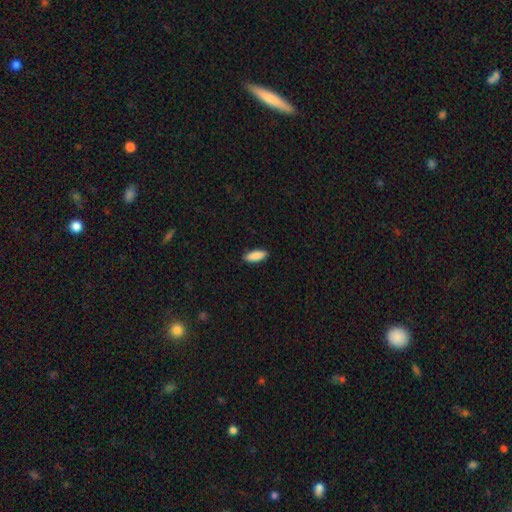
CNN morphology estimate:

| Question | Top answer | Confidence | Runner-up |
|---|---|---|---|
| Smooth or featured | smooth | 89% | star or artifact (6%) |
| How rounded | in between | 71% | cigar-shaped (27%) |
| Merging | none | 90% | minor disturbance (8%) |